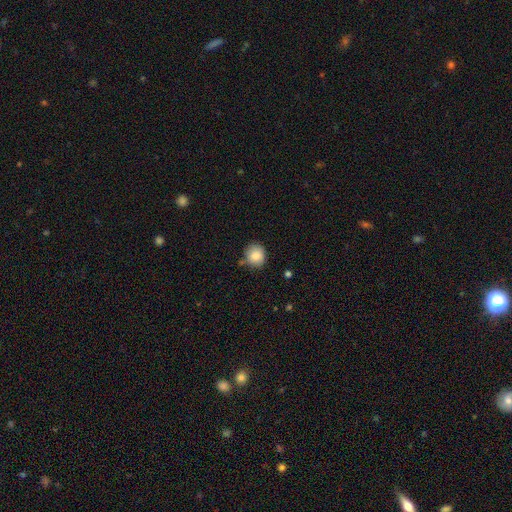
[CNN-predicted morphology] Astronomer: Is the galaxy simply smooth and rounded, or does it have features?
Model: smooth — 86%.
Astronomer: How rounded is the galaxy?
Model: round — 82%.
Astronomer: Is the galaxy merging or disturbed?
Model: none — 77%.